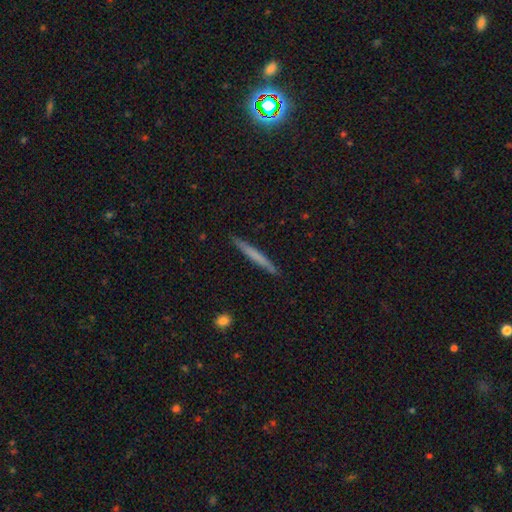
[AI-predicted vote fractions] A smooth galaxy with no disk features (61%) that is cigar-shaped (97%).

Vote fractions:
- Smooth or featured? smooth: 61% / featured or disk: 34% / star or artifact: 6%
- How rounded? cigar-shaped: 97% / in between: 2% / round: 1%
- Merging? none: 91% / minor disturbance: 7% / major disturbance: 1% / merger: 1%